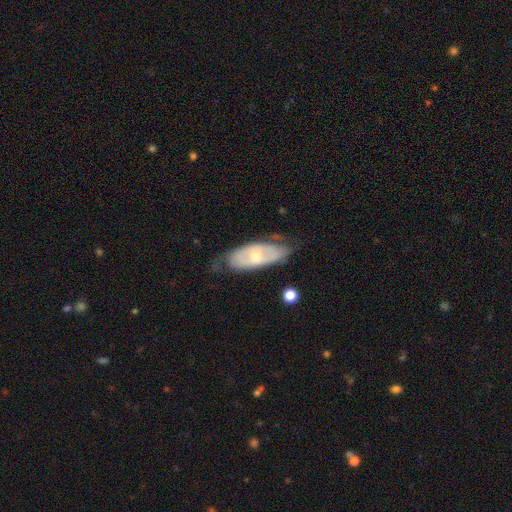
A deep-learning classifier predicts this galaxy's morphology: A featured or disk galaxy (57%).

Vote fractions:
- Smooth or featured? featured or disk: 57% / smooth: 37% / star or artifact: 6%
- Edge-on disk? no: 83% / yes: 17%
- Merging? none: 58% / minor disturbance: 28% / major disturbance: 11% / merger: 2%